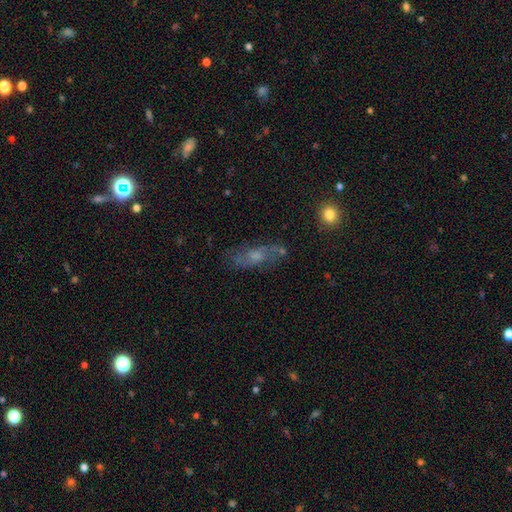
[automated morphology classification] type=featured or disk (51%); edge-on=no (78%); merging=none (66%).